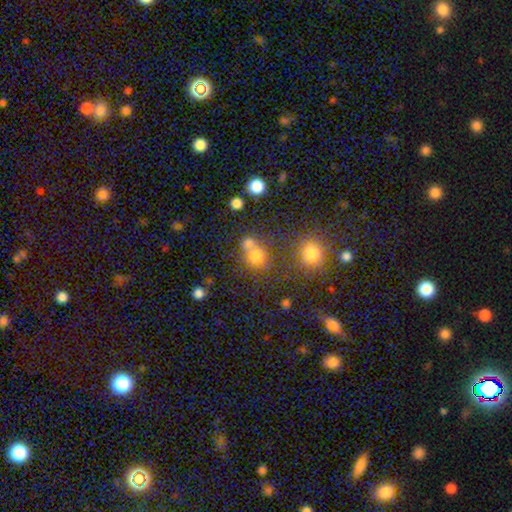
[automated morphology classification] type=smooth (74%); roundness=round (78%); merging=none (46%).